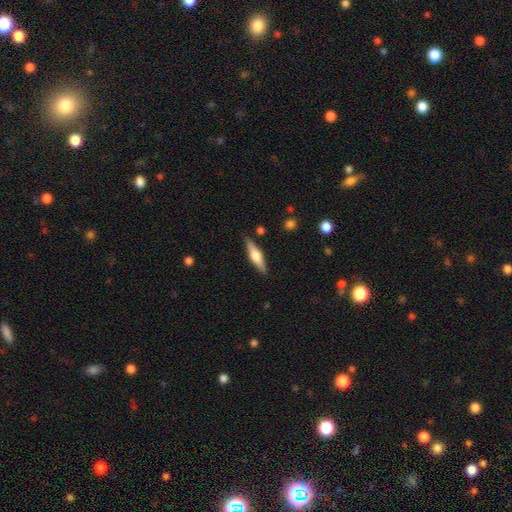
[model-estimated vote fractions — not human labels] Overall: featured or disk (54%; smooth 40%). Edge-on disk: yes (95%). Edge-on bulge: rounded (89%). Merging: none (87%).